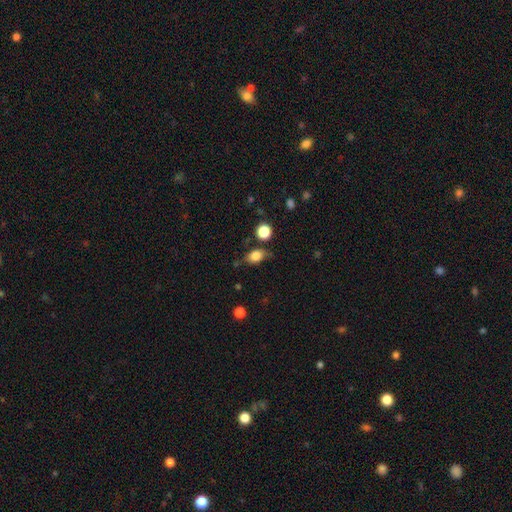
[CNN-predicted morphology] This is clearly a smooth galaxy (81%). How rounded: likely in between (72%). Merging: likely none (67%).